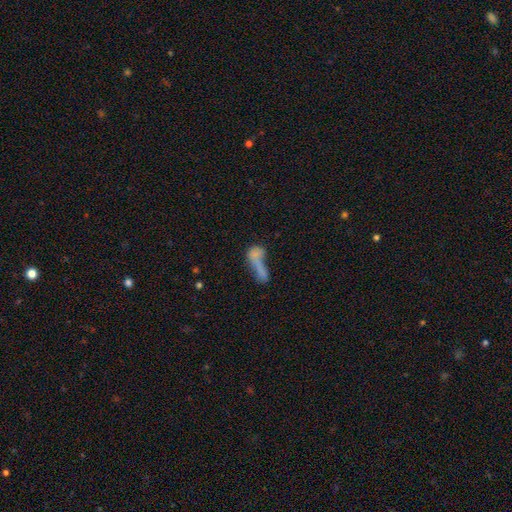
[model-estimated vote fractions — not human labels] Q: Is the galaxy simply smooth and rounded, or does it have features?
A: smooth — 62%.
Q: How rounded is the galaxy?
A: in between — 48%.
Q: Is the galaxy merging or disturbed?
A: merger — 50%.